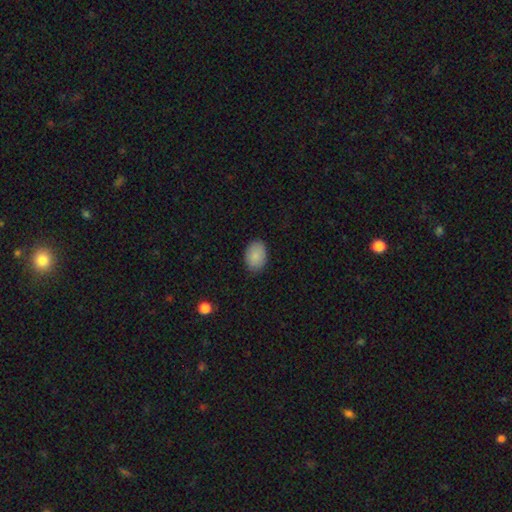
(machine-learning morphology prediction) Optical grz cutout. It shows a smooth galaxy with no disk features (86%) that is in between round and cigar-shaped (85%). Merging: none (85%).